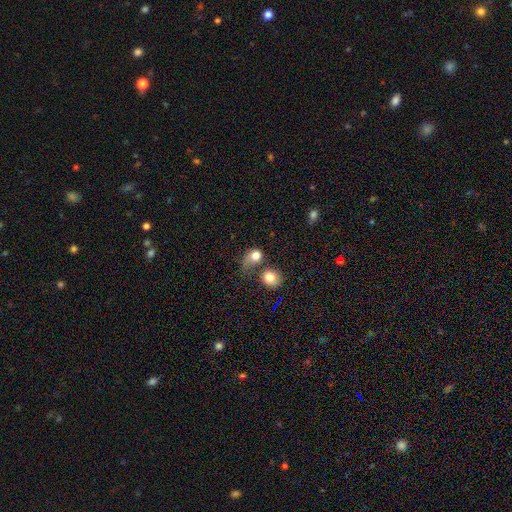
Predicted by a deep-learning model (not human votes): This appears to be a smooth galaxy with no disk features (78%) that is round (66%). Merging: merger (35%).